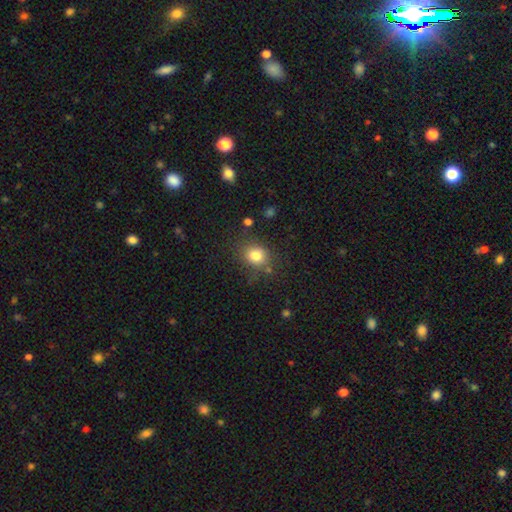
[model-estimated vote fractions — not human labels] Smooth or featured? smooth (80%)
How rounded? round (68%)
Merging? none (76%)